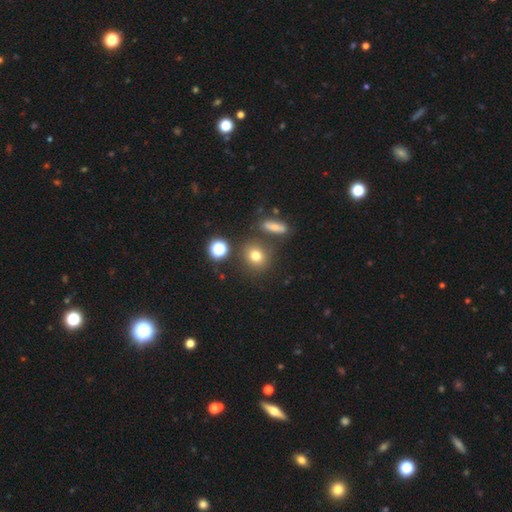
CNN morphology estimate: type=smooth (74%); roundness=round (77%); merging=none (79%).